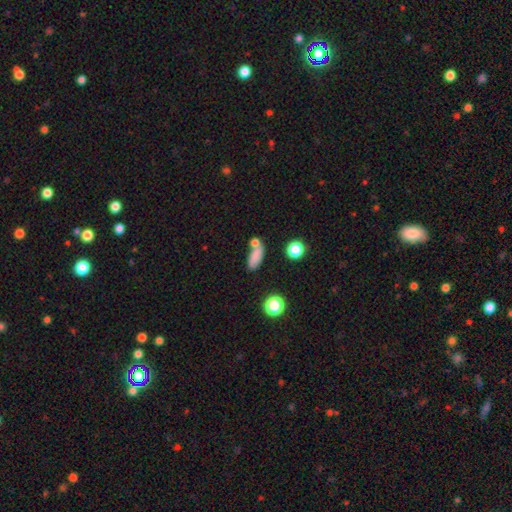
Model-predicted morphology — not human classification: A smooth galaxy with no disk features (78%) that is in between round and cigar-shaped (74%). Merging: none (51%).